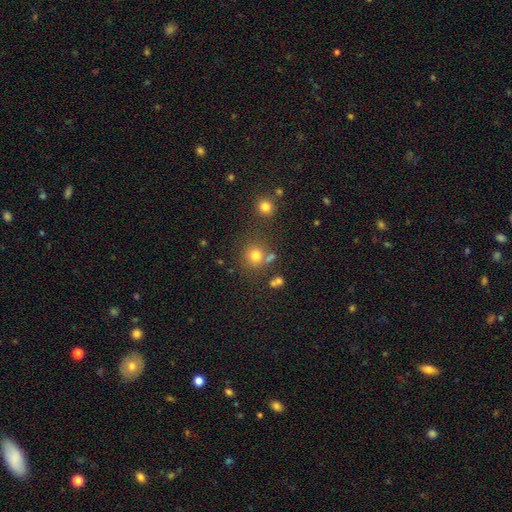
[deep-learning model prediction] The model was most divided on "smooth or featured": smooth: 75%, star or artifact: 17%, featured or disk: 8%. More confident: how rounded — round (89%); merging — none (72%).